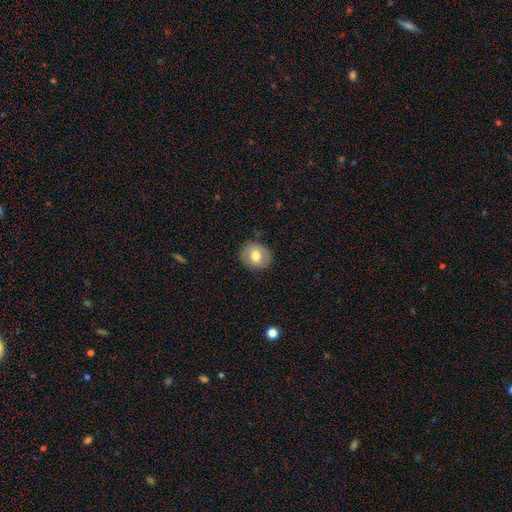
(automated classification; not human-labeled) Q: Smooth or featured?
A: smooth (73%); runner-up: featured or disk (20%)
Q: How rounded?
A: round (66%); runner-up: in between (33%)
Q: Merging?
A: none (86%); runner-up: minor disturbance (11%)